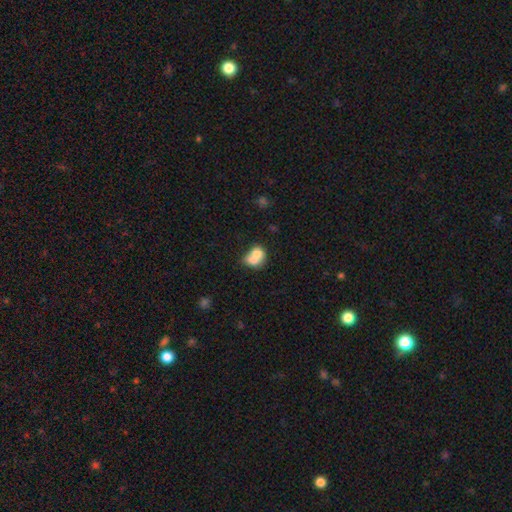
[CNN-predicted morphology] Smooth or featured?
  - smooth: 70% *
  - featured or disk: 21%
  - star or artifact: 9%
How rounded?
  - in between: 50% *
  - round: 48%
  - cigar-shaped: 1%
Merging?
  - merger: 65% *
  - none: 20%
  - minor disturbance: 9%
  - major disturbance: 6%